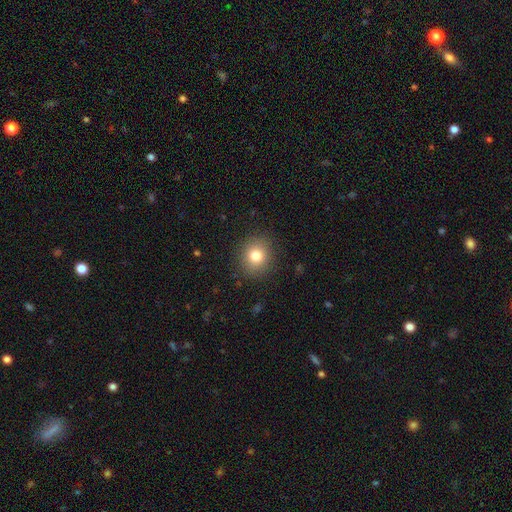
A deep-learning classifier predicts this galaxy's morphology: type=smooth (80%); roundness=round (81%); merging=none (89%).